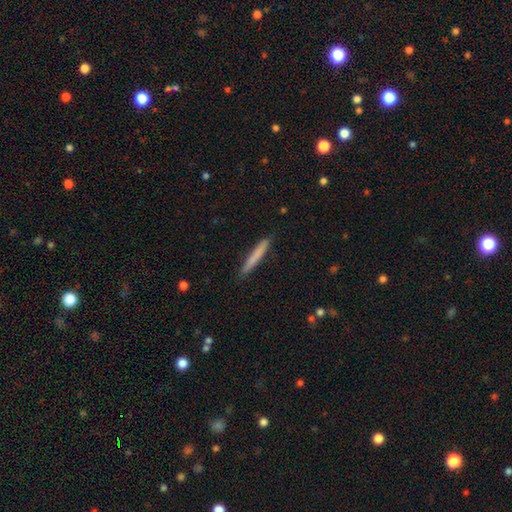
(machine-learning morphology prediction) smooth-or-featured: smooth: 73% | featured or disk: 21% | star or artifact: 6%
  how-rounded: cigar-shaped: 96% | in between: 3% | round: 1%
  merging: none: 90% | minor disturbance: 8% | major disturbance: 1% | merger: 1%